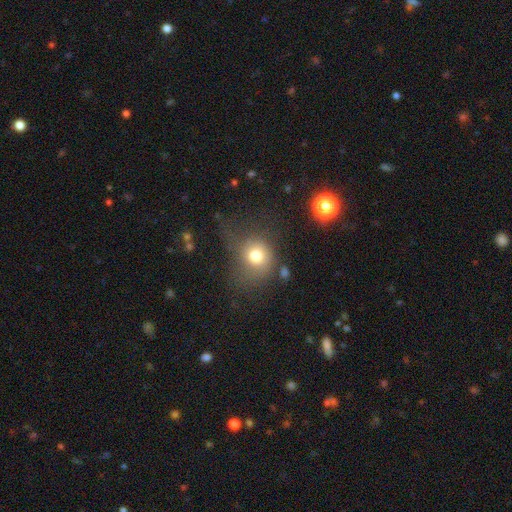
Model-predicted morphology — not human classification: type=smooth (74%); roundness=round (78%); merging=none (49%).